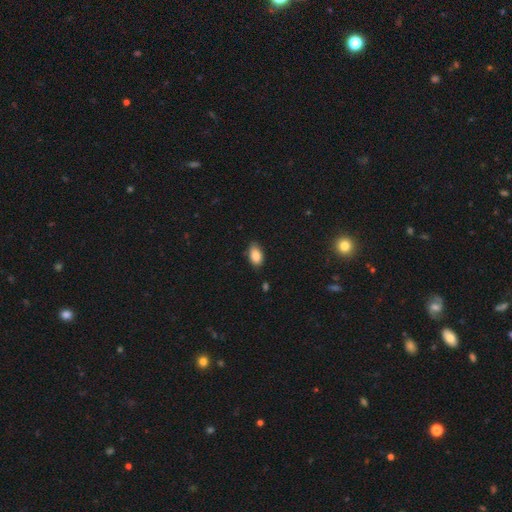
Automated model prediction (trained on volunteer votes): This is clearly a smooth galaxy (87%). How rounded: clearly in between (92%). Merging: likely none (77%).